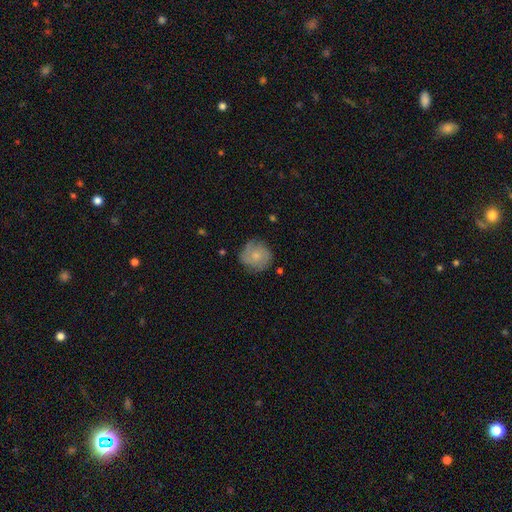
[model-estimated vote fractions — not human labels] A smooth galaxy with no disk features (53%) that is round (88%). Merging: none (72%).